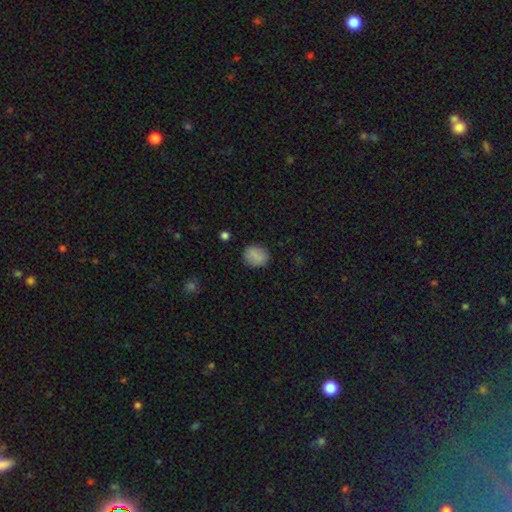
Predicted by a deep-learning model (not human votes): smooth-or-featured: smooth: 85% | star or artifact: 9% | featured or disk: 6%
  how-rounded: round: 63% | in between: 36% | cigar-shaped: 1%
  merging: none: 86% | minor disturbance: 10% | major disturbance: 3% | merger: 1%